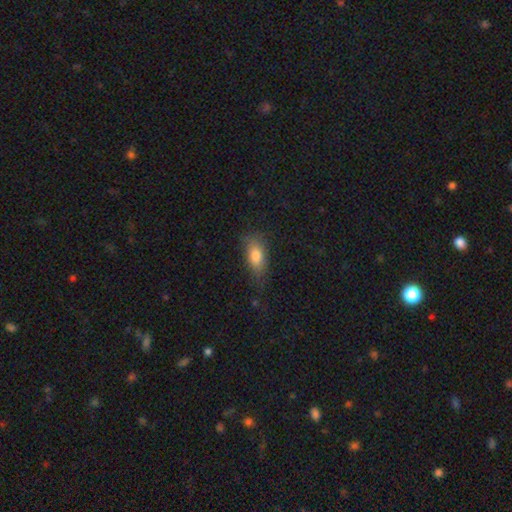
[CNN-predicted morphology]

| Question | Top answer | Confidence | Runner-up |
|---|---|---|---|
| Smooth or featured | smooth | 79% | featured or disk (12%) |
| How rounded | in between | 84% | cigar-shaped (11%) |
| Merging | none | 64% | minor disturbance (25%) |